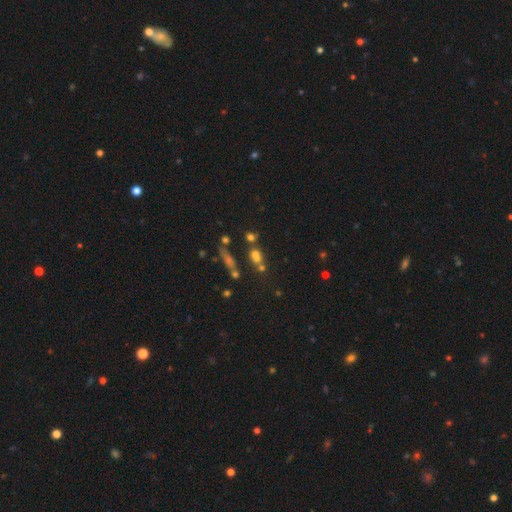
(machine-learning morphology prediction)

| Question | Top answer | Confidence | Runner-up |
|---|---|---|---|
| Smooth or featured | smooth | 53% | star or artifact (27%) |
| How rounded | round | 55% | in between (32%) |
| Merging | none | 46% | merger (36%) |